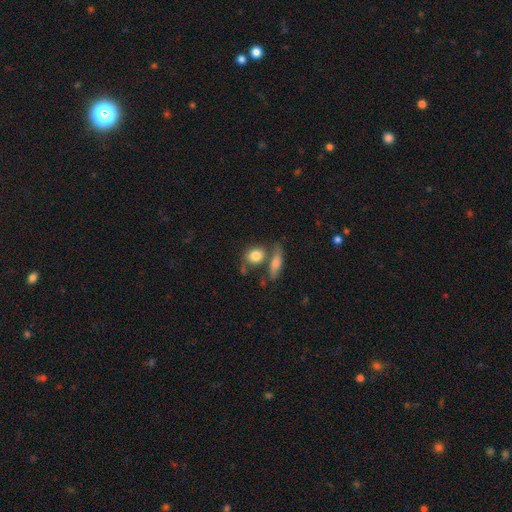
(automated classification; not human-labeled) This appears to be a smooth galaxy with no disk features (81%) that is in between round and cigar-shaped (51%). Merging: none (49%).